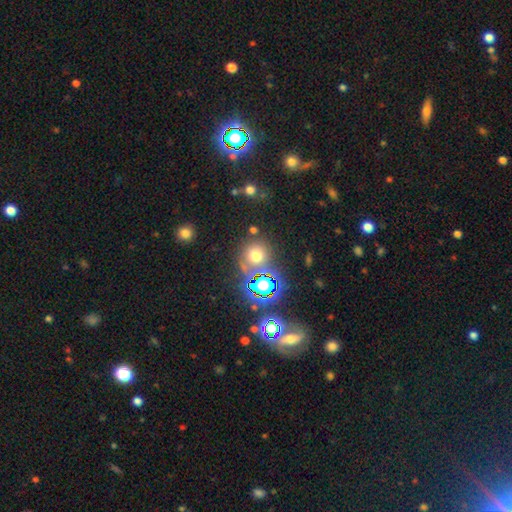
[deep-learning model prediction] Overall: smooth (62%; star or artifact 28%). How rounded: round (86%). Merging: none (70%).